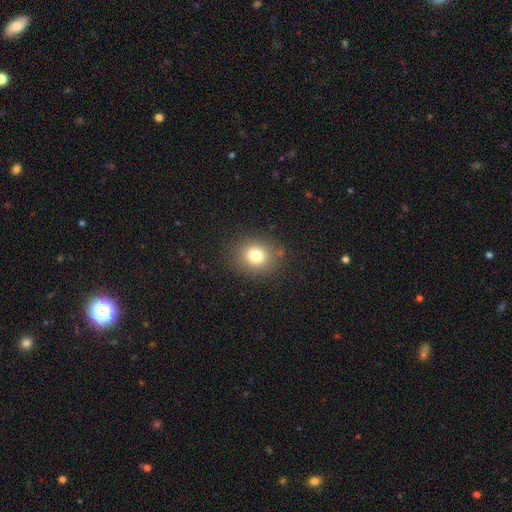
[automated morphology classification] Smooth or featured?
  - smooth: 79% *
  - star or artifact: 13%
  - featured or disk: 8%
How rounded?
  - round: 73% *
  - in between: 26%
  - cigar-shaped: 1%
Merging?
  - none: 85% *
  - minor disturbance: 10%
  - major disturbance: 3%
  - merger: 2%